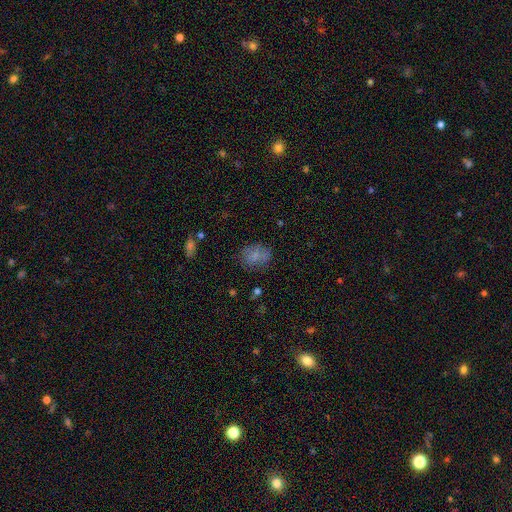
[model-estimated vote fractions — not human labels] Smooth or featured?
  - smooth: 73% *
  - featured or disk: 16%
  - star or artifact: 11%
How rounded?
  - round: 54% *
  - in between: 45%
  - cigar-shaped: 1%
Merging?
  - none: 67% *
  - minor disturbance: 20%
  - major disturbance: 9%
  - merger: 4%